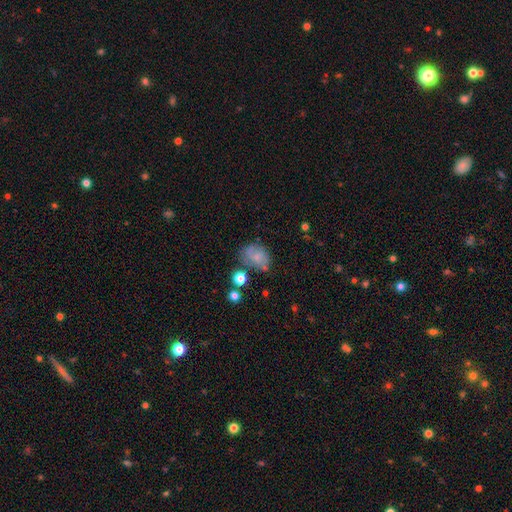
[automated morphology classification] type=smooth (55%); roundness=in between (65%); merging=none (55%).